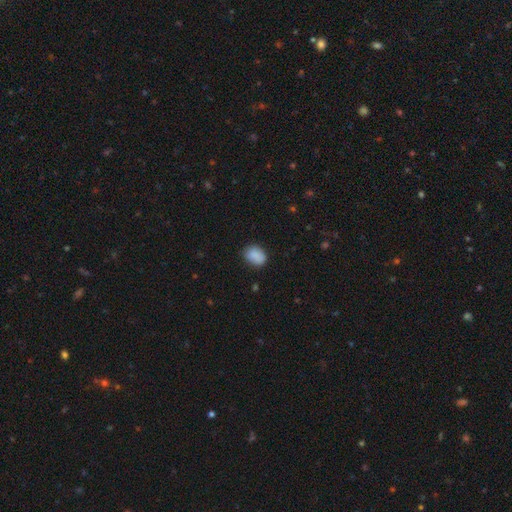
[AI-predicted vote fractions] smooth 88%, star or artifact 8%, featured or disk 4%. Down the decision tree: how rounded — in between (65%); merging — none (78%).